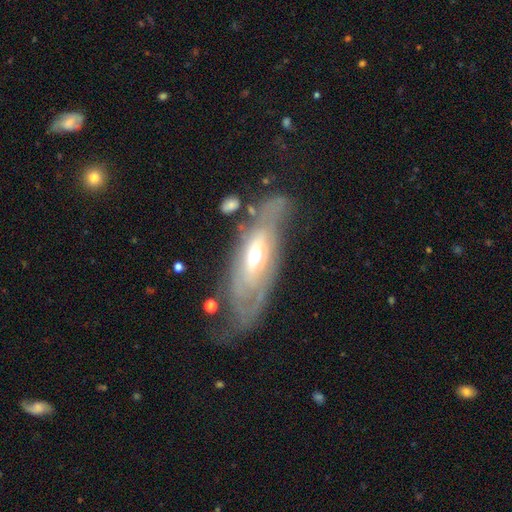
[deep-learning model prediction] Smooth or featured? Predicted: featured or disk (p=0.72). Edge-on disk? Predicted: no (p=0.78). Bar? Predicted: no (p=0.64). Spiral arms? Predicted: yes (p=0.62). Bulge size? Predicted: moderate (p=0.62). Merging? Predicted: none (p=0.52).